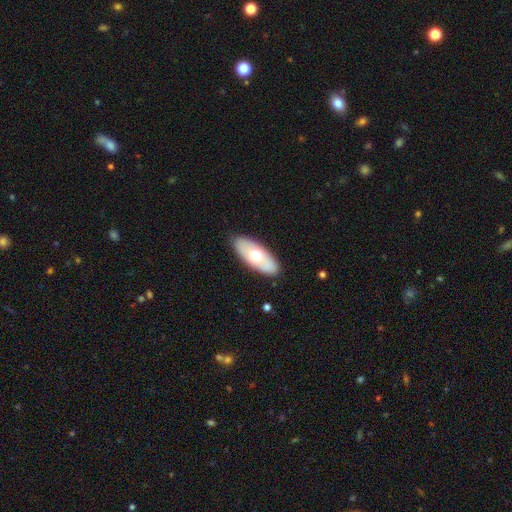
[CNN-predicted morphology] A smooth galaxy with no disk features (59%) that is in between round and cigar-shaped (85%). Merging: none (88%).